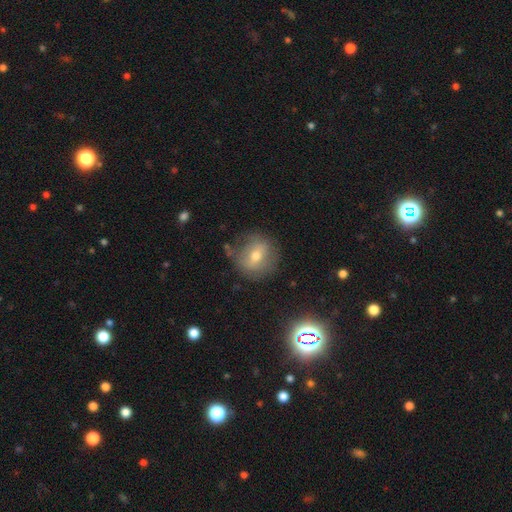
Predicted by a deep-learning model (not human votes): This appears to be a smooth galaxy with no disk features (51%) that is round (80%). Merging: none (73%).